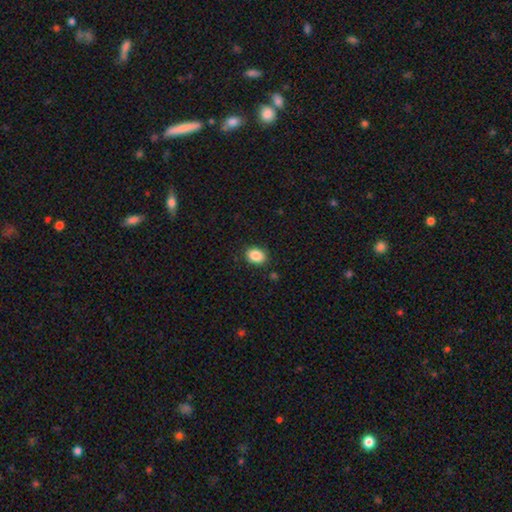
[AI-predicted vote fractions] The model was most divided on "how rounded": in between: 68%, round: 31%, cigar-shaped: 1%. More confident: smooth or featured — smooth (87%); merging — none (86%).